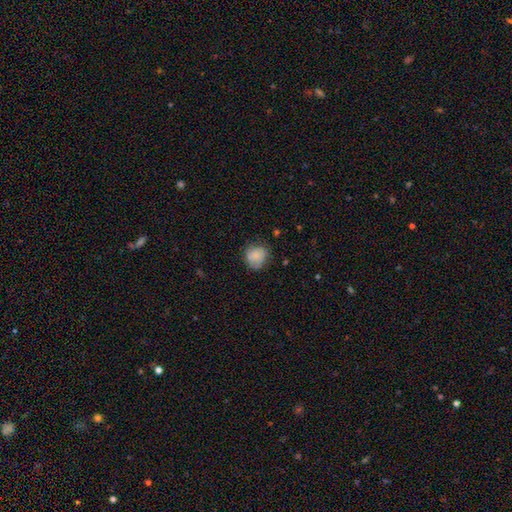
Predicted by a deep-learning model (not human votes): Smooth or featured?
  - smooth: 83% *
  - featured or disk: 9%
  - star or artifact: 8%
How rounded?
  - round: 77% *
  - in between: 22%
  - cigar-shaped: 1%
Merging?
  - none: 68% *
  - minor disturbance: 24%
  - major disturbance: 6%
  - merger: 1%